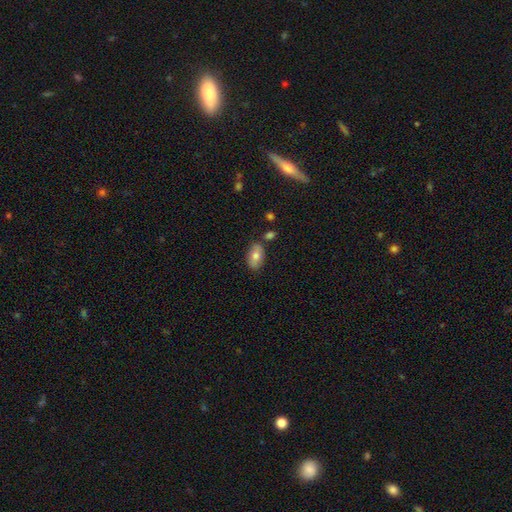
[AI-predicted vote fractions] Smooth or featured: smooth — 72% (featured or disk — 20%)
How rounded: in between — 91% (round — 6%)
Merging: none — 76% (minor disturbance — 15%)